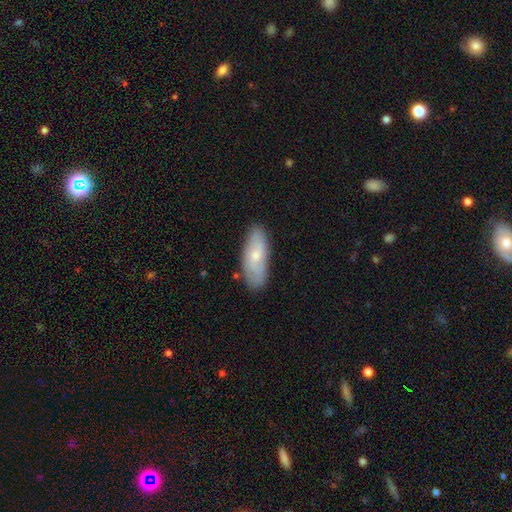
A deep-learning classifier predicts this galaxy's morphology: A smooth galaxy with no disk features (54%) that is in between round and cigar-shaped (75%).

Vote fractions:
- Smooth or featured? smooth: 54% / featured or disk: 39% / star or artifact: 7%
- How rounded? in between: 75% / cigar-shaped: 22% / round: 2%
- Merging? none: 80% / minor disturbance: 15% / major disturbance: 3% / merger: 2%